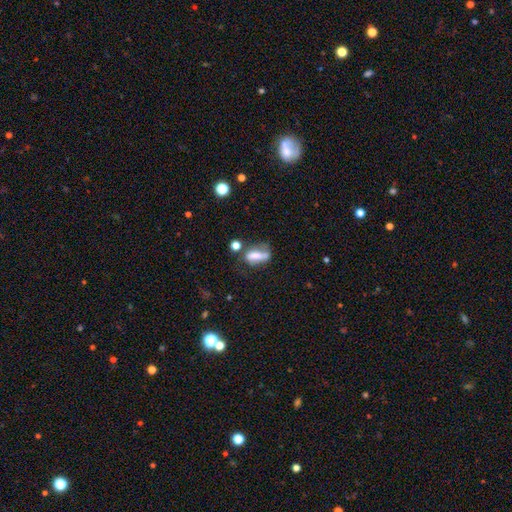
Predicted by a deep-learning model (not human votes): A smooth galaxy with no disk features (60%) that is in between round and cigar-shaped (64%).

Vote fractions:
- Smooth or featured? smooth: 60% / featured or disk: 29% / star or artifact: 11%
- How rounded? in between: 64% / cigar-shaped: 29% / round: 8%
- Merging? none: 35% / minor disturbance: 25% / major disturbance: 22% / merger: 17%